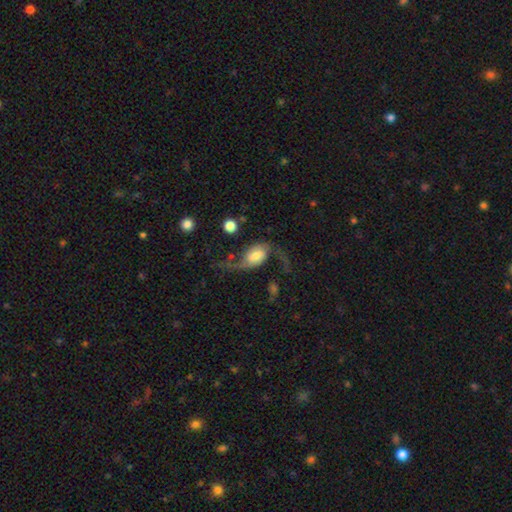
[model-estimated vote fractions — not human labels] Overall: featured or disk (74%). Edge-on disk: no (96%). Bar: no (44%; weak 42%). Spiral arms: yes (92%). Spiral arm count: 2 (91%). Spiral winding: loose (87%). Bulge size: moderate (44%; small 23%). Merging: none (46%; major disturbance 31%).